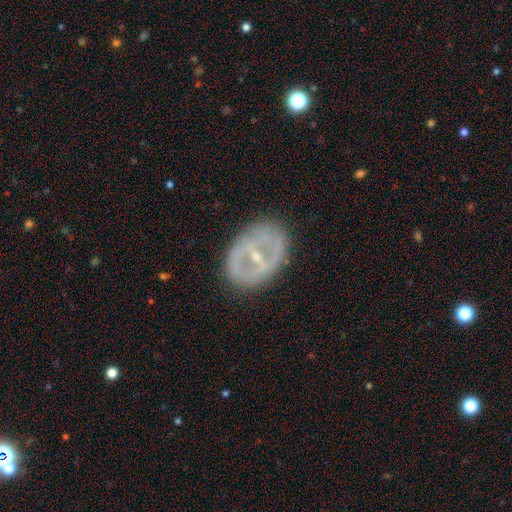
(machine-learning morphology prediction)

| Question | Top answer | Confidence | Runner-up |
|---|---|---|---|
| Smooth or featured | featured or disk | 74% | smooth (19%) |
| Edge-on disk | no | 93% | yes (7%) |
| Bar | strong | 48% | weak (31%) |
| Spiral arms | no | 65% | yes (35%) |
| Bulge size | small | 67% | moderate (29%) |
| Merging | none | 78% | minor disturbance (14%) |